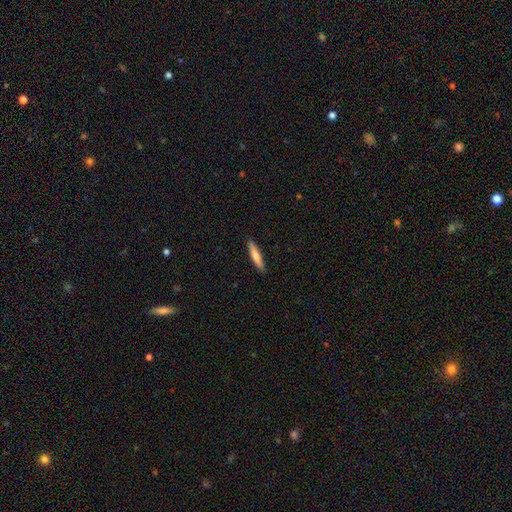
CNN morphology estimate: smooth 72%, featured or disk 23%, star or artifact 5%. Down the decision tree: how rounded — cigar-shaped (88%); merging — none (90%).